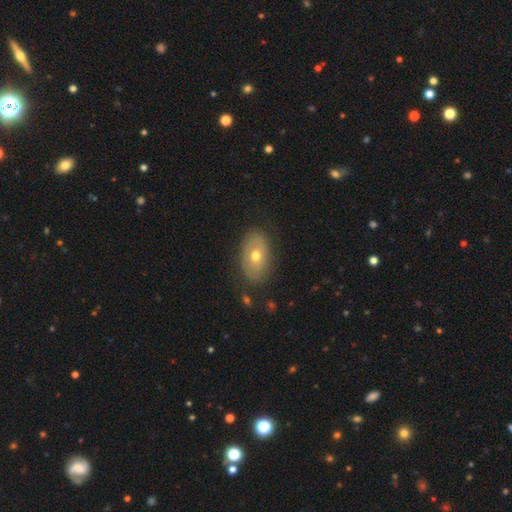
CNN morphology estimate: Q: Smooth or featured?
A: smooth (51%); runner-up: featured or disk (41%)
Q: How rounded?
A: in between (88%); runner-up: round (11%)
Q: Merging?
A: none (81%); runner-up: minor disturbance (14%)